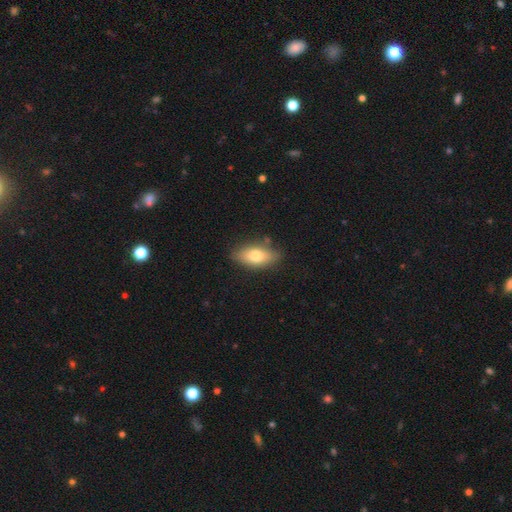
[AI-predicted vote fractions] Smooth or featured: smooth — 73% (featured or disk — 20%)
How rounded: in between — 87% (cigar-shaped — 9%)
Merging: none — 80% (minor disturbance — 15%)